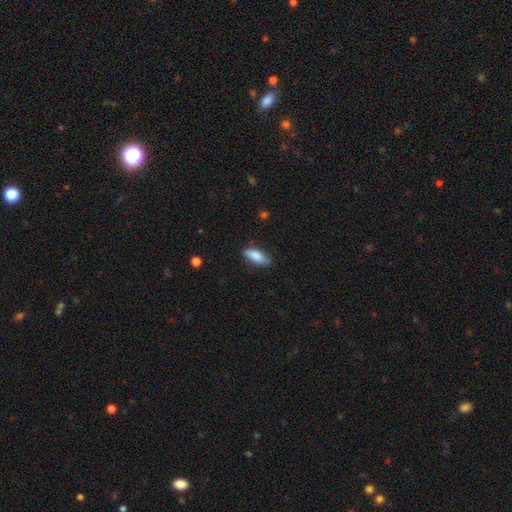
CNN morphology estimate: Smooth or featured?
  - smooth: 81% *
  - featured or disk: 13%
  - star or artifact: 6%
How rounded?
  - in between: 68% *
  - cigar-shaped: 30%
  - round: 2%
Merging?
  - none: 80% *
  - minor disturbance: 16%
  - major disturbance: 3%
  - merger: 1%